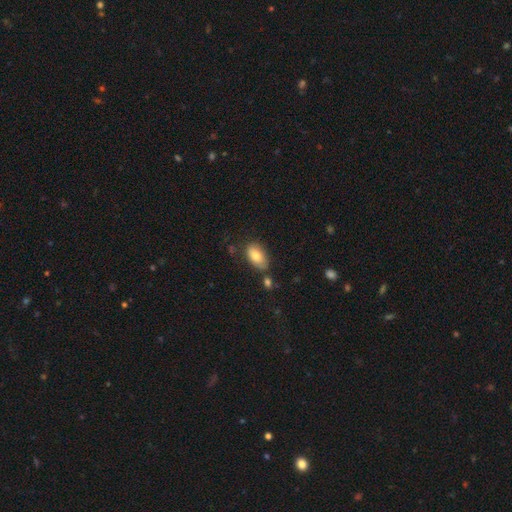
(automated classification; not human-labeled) This appears to be a smooth galaxy with no disk features (79%) that is in between round and cigar-shaped (93%). Merging: none (68%).